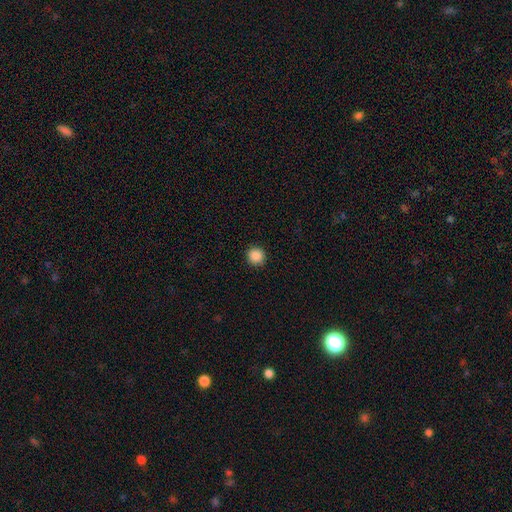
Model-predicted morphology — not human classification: Q: Smooth or featured?
A: smooth (88%); runner-up: star or artifact (9%)
Q: How rounded?
A: round (94%); runner-up: in between (5%)
Q: Merging?
A: none (92%); runner-up: minor disturbance (5%)